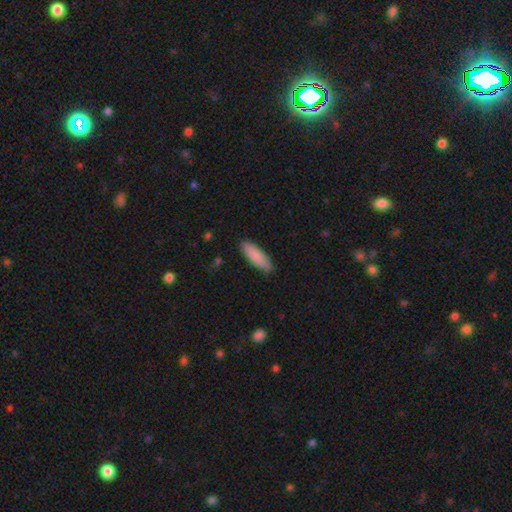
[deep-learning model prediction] smooth_or_featured: smooth (p=0.87) [alt: featured or disk p=0.08]
how_rounded: in between (p=0.51) [alt: cigar-shaped p=0.48]
merging: none (p=0.85) [alt: minor disturbance p=0.12]